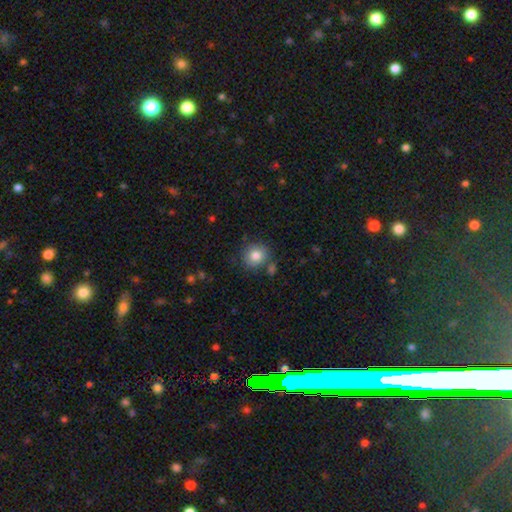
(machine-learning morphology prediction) Smooth or featured: smooth — 81% (star or artifact — 10%)
How rounded: round — 87% (in between — 12%)
Merging: none — 79% (minor disturbance — 10%)